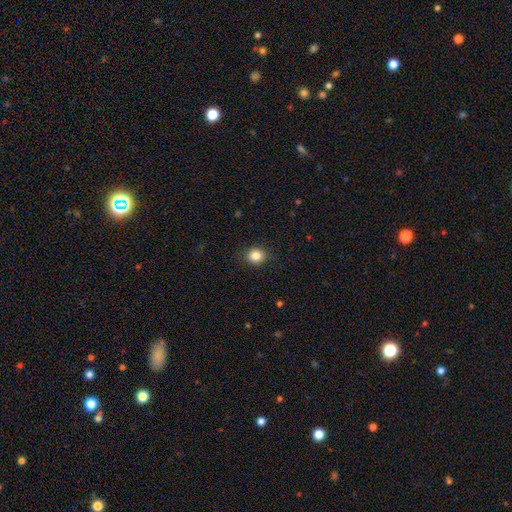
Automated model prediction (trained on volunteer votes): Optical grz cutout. It shows a smooth galaxy with no disk features (84%) that is round (74%). Merging: none (88%).